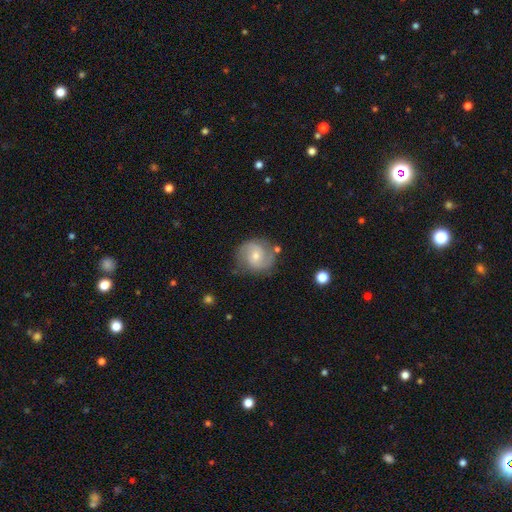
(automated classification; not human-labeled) Smooth or featured: featured or disk — 72% (smooth — 20%)
Edge-on disk: no — 98% (yes — 2%)
Bar: no — 56% (weak — 37%)
Spiral arms: yes — 93% (no — 7%)
Spiral winding: medium — 48% (tight — 33%)
Spiral arm count: 2 — 85% (can't tell — 8%)
Bulge size: small — 53% (moderate — 43%)
Merging: none — 76% (minor disturbance — 16%)